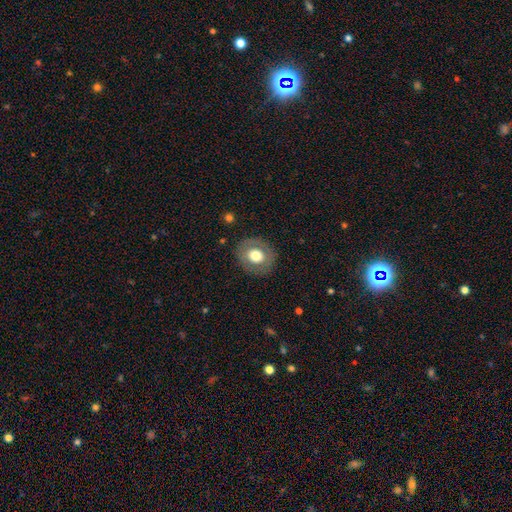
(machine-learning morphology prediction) Overall: smooth (63%; featured or disk 29%). How rounded: round (72%). Merging: none (85%).